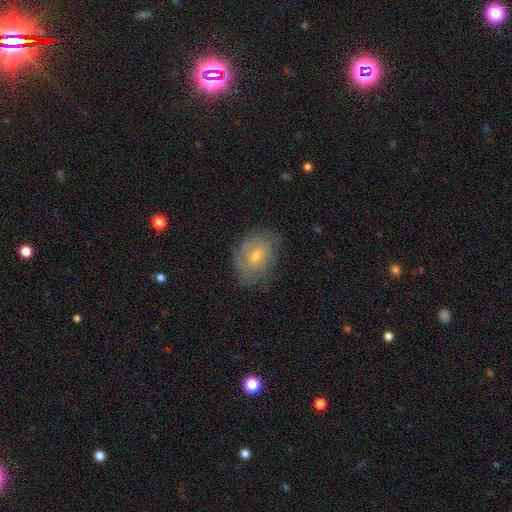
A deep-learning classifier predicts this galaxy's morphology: A smooth galaxy with no disk features (48%).

Vote fractions:
- Smooth or featured? smooth: 48% / featured or disk: 43% / star or artifact: 9%
- Merging? none: 66% / minor disturbance: 24% / major disturbance: 8% / merger: 1%